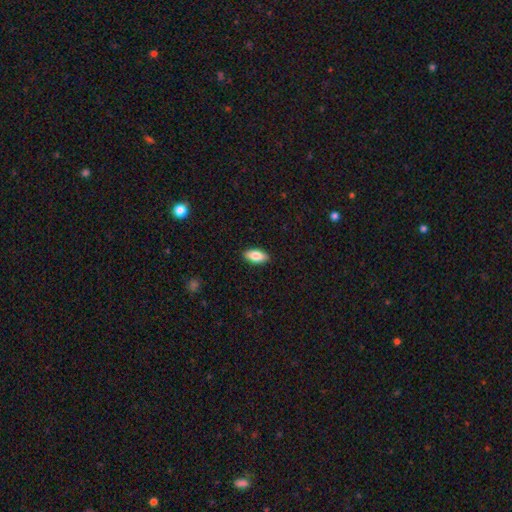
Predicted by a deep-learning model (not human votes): smooth_or_featured: smooth (p=0.83) [alt: featured or disk p=0.10]
how_rounded: in between (p=0.89) [alt: cigar-shaped p=0.08]
merging: none (p=0.91) [alt: minor disturbance p=0.07]